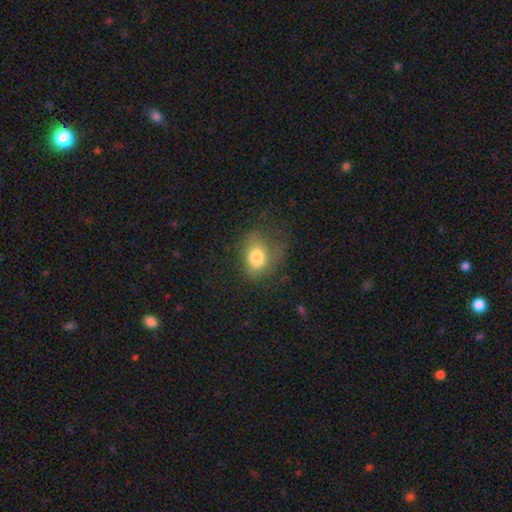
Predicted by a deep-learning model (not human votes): Overall: smooth (74%). How rounded: in between (61%; round 38%). Merging: none (46%; minor disturbance 29%).